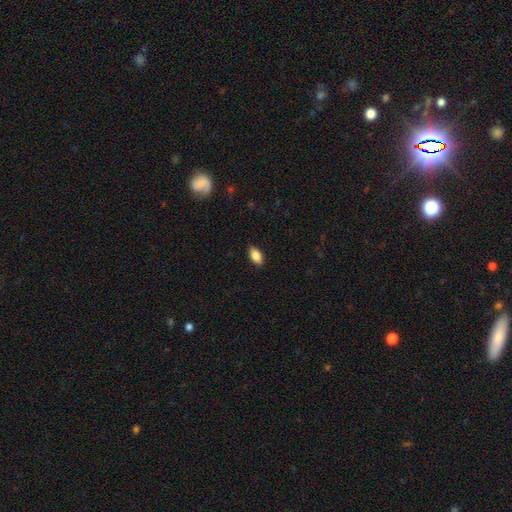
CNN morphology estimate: Smooth or featured? Predicted: smooth (p=0.86). How rounded? Predicted: in between (p=0.91). Merging? Predicted: none (p=0.88).